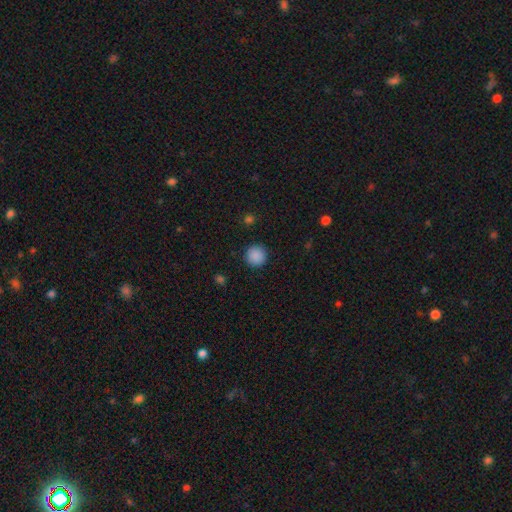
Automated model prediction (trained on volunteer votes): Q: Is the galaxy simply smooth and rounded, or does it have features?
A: smooth — 88%.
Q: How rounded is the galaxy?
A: round — 95%.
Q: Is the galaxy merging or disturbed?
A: none — 91%.